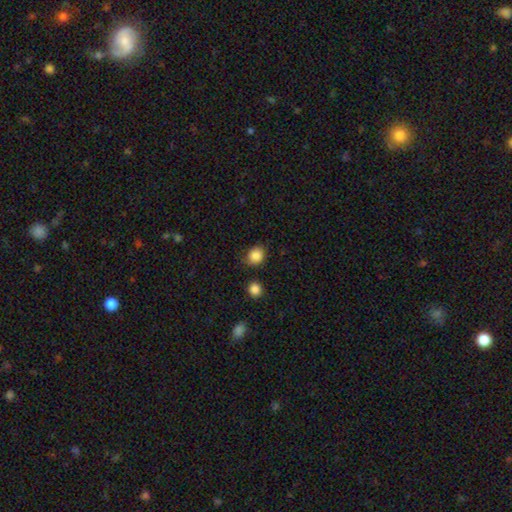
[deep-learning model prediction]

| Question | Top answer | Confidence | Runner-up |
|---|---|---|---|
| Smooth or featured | smooth | 86% | star or artifact (10%) |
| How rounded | round | 65% | in between (34%) |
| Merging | none | 78% | minor disturbance (15%) |